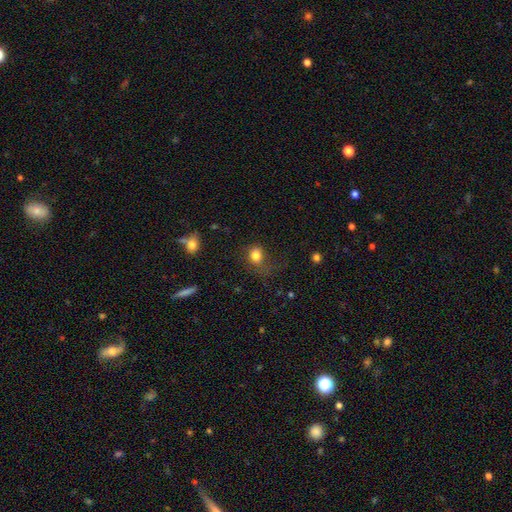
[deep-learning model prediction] Overall: smooth (82%). How rounded: round (55%; in between 44%). Merging: none (56%; minor disturbance 23%).